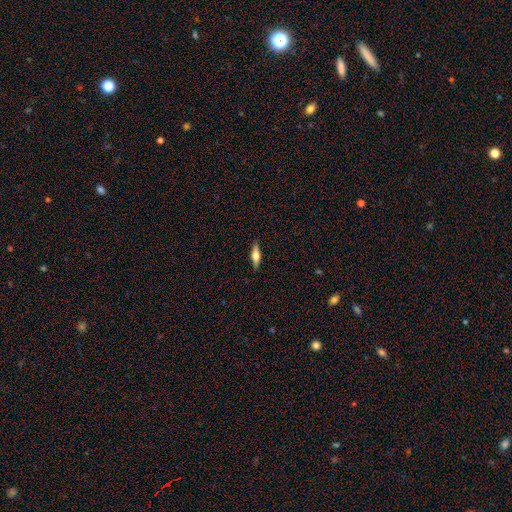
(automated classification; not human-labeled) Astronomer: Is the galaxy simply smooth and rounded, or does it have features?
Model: smooth — 48% (runner-up: featured or disk, 45%).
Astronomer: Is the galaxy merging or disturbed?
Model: none — 88%.